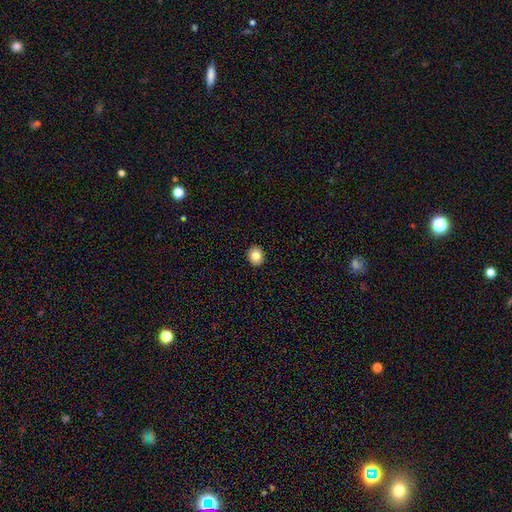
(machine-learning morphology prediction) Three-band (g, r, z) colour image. It shows a smooth galaxy with no disk features (83%) that is round (78%). Merging: none (93%).